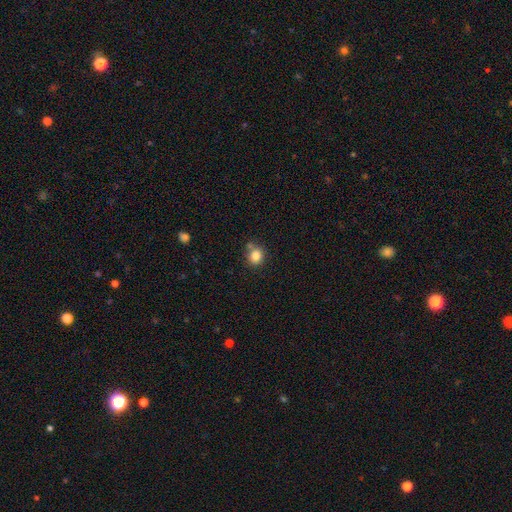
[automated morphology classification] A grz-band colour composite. It shows a smooth galaxy with no disk features (83%) that is round (78%). Merging: none (69%).